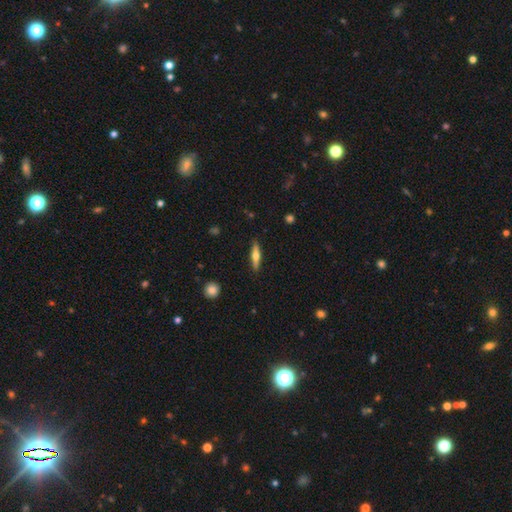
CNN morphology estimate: The model was most divided on "smooth or featured": featured or disk: 53%, smooth: 41%, star or artifact: 6%. More confident: edge-on disk — yes (95%); edge-on bulge — rounded (92%); merging — none (89%).